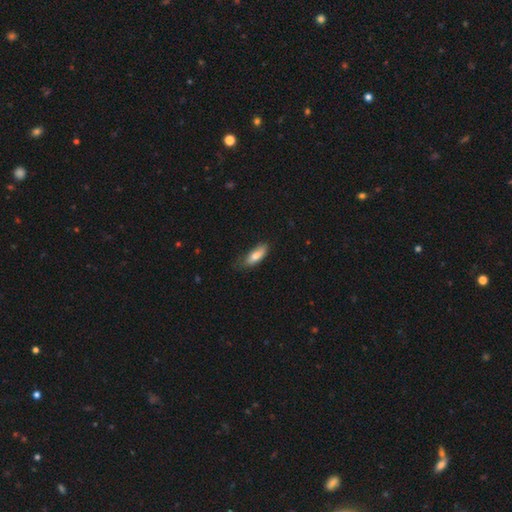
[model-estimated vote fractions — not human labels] Q: Smooth or featured?
A: smooth (80%); runner-up: featured or disk (14%)
Q: How rounded?
A: in between (68%); runner-up: cigar-shaped (30%)
Q: Merging?
A: none (61%); runner-up: minor disturbance (31%)